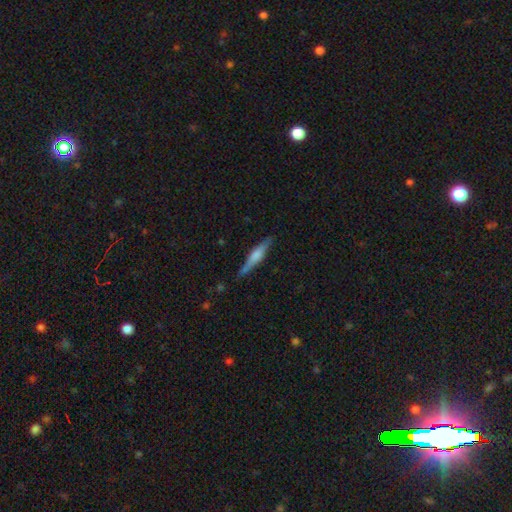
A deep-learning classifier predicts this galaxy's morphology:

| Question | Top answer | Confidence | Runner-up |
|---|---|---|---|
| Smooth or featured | featured or disk | 53% | smooth (41%) |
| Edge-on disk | yes | 96% | no (4%) |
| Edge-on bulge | rounded | 58% | boxy (31%) |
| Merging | none | 82% | minor disturbance (14%) |